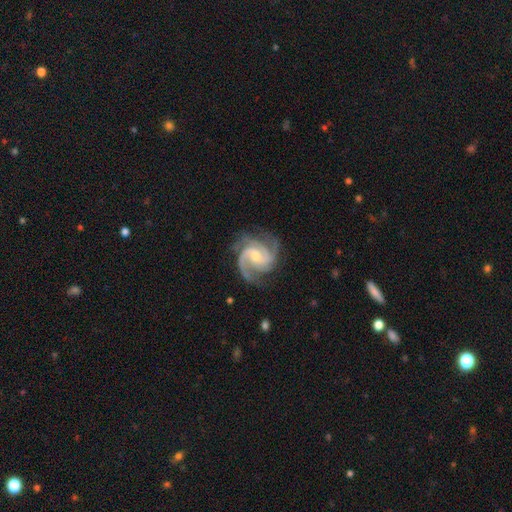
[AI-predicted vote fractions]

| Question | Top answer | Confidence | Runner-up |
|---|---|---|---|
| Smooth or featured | featured or disk | 93% | star or artifact (4%) |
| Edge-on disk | no | 98% | yes (2%) |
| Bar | no | 49% | weak (41%) |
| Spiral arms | yes | 99% | no (1%) |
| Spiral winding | medium | 51% | tight (40%) |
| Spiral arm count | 3 | 52% | 2 (24%) |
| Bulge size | moderate | 51% | small (43%) |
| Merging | none | 74% | minor disturbance (17%) |